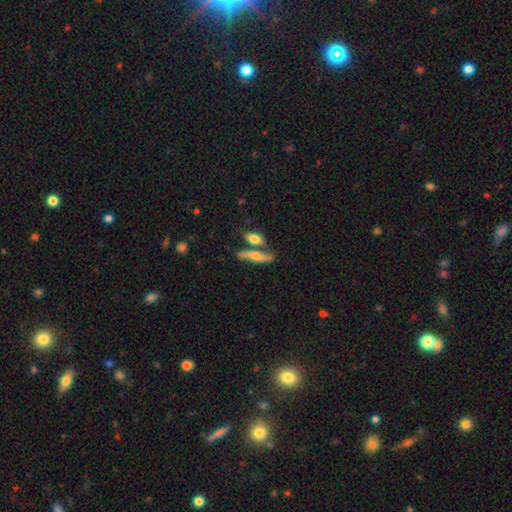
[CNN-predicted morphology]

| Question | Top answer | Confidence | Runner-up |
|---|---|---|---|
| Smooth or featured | smooth | 49% | featured or disk (43%) |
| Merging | none | 59% | merger (25%) |